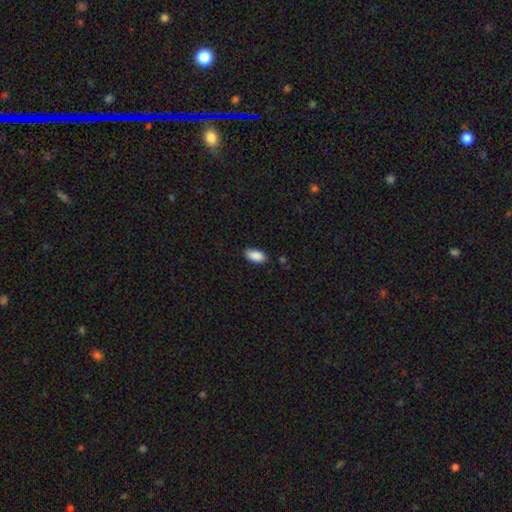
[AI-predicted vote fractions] This is clearly a smooth galaxy (90%). How rounded: clearly in between (93%). Merging: clearly none (84%).